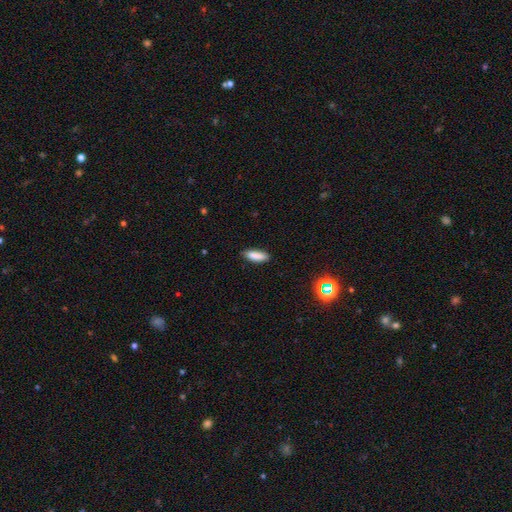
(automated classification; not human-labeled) The model was most divided on "how rounded": in between: 57%, cigar-shaped: 41%, round: 2%. More confident: smooth or featured — smooth (86%); merging — none (85%).